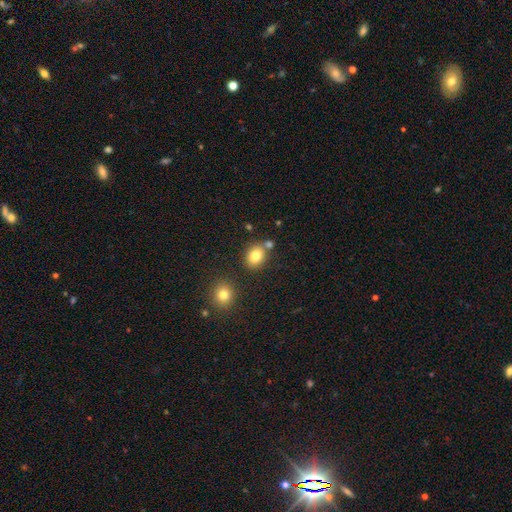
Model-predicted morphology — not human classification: Smooth or featured?
  - smooth: 81% *
  - star or artifact: 10%
  - featured or disk: 9%
How rounded?
  - round: 54% *
  - in between: 45%
  - cigar-shaped: 1%
Merging?
  - none: 73% *
  - merger: 13%
  - minor disturbance: 11%
  - major disturbance: 3%